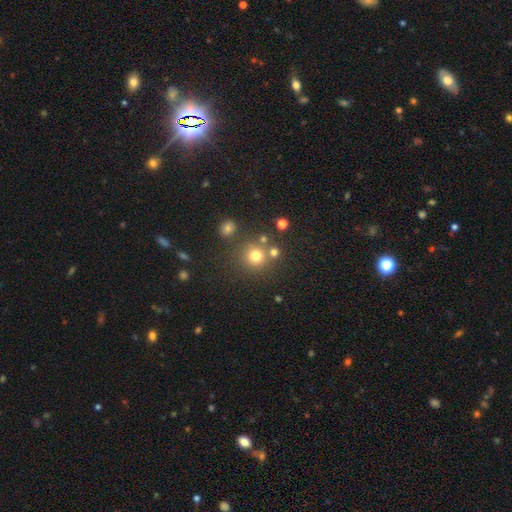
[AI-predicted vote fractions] The model was most divided on "smooth or featured": smooth: 75%, star or artifact: 17%, featured or disk: 8%. More confident: how rounded — round (92%); merging — none (74%).